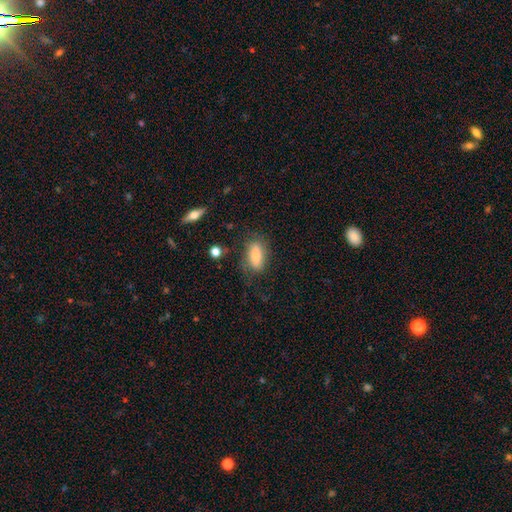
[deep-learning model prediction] Smooth or featured?
  - smooth: 81% *
  - featured or disk: 11%
  - star or artifact: 8%
How rounded?
  - in between: 81% *
  - cigar-shaped: 16%
  - round: 4%
Merging?
  - none: 67% *
  - minor disturbance: 21%
  - major disturbance: 9%
  - merger: 3%